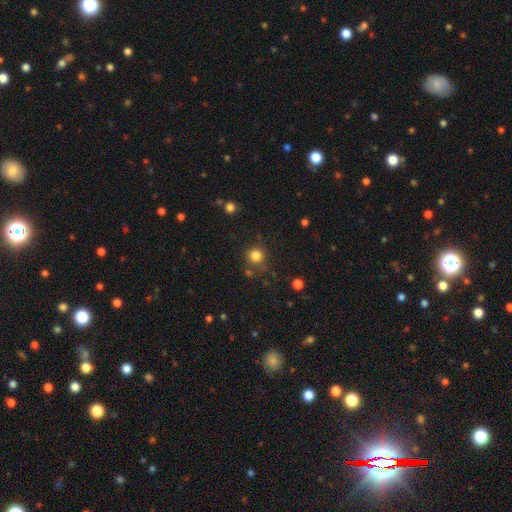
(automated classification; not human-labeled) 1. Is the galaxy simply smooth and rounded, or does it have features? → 82% smooth, 13% star or artifact, 5% featured or disk.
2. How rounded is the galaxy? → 93% round, 6% in between, 1% cigar-shaped.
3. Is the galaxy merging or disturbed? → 79% none, 11% minor disturbance, 6% merger, 4% major disturbance.